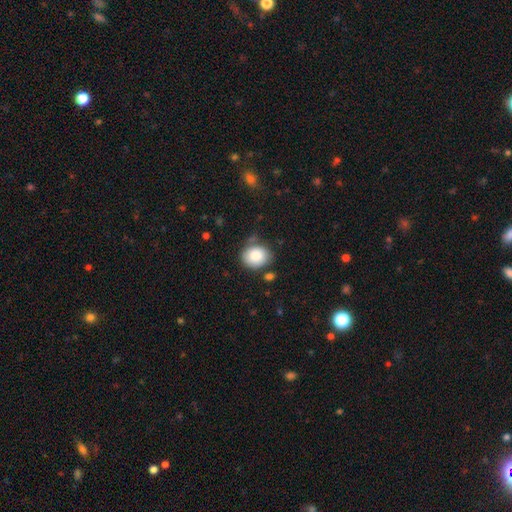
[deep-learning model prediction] This appears to be a smooth galaxy with no disk features (85%) that is round (68%). Merging: none (73%).